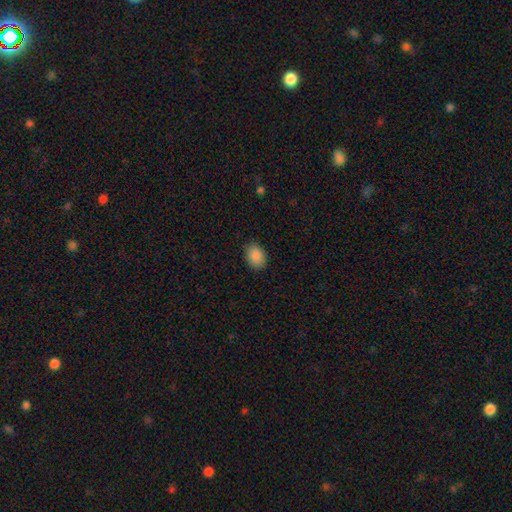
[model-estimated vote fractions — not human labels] smooth-or-featured: smooth: 89% | star or artifact: 8% | featured or disk: 4%
  how-rounded: in between: 71% | round: 28% | cigar-shaped: 1%
  merging: none: 86% | minor disturbance: 11% | major disturbance: 2% | merger: 1%